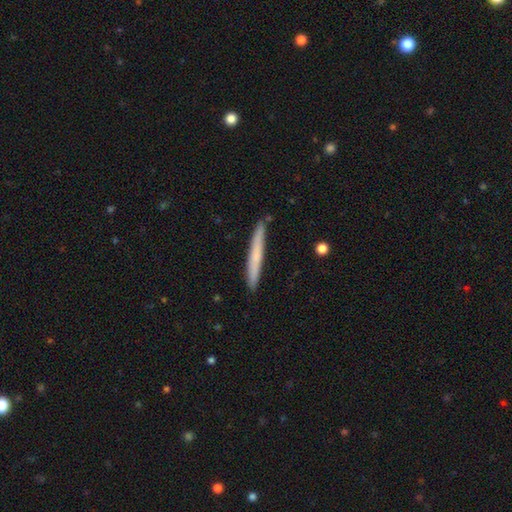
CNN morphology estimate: This appears to be a smooth galaxy with no disk features (63%) that is cigar-shaped (97%). Merging: none (89%).